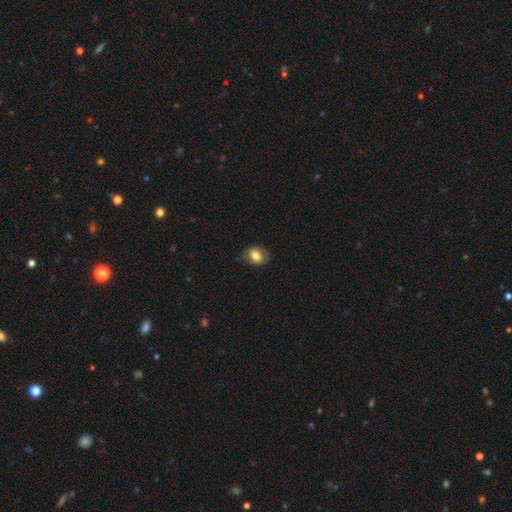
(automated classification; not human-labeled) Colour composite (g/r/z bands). It shows a smooth galaxy with no disk features (79%) that is in between round and cigar-shaped (59%). Merging: none (77%).